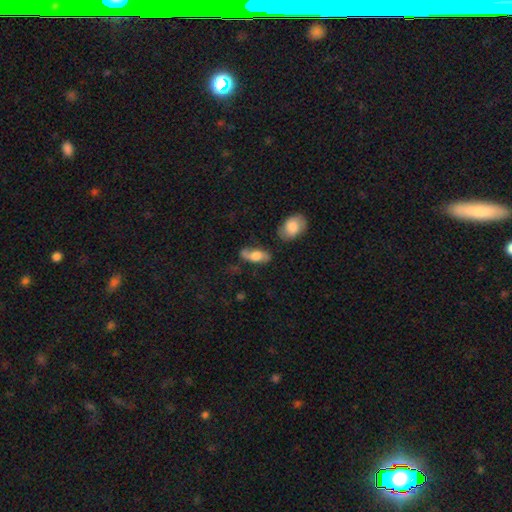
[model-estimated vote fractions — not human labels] A smooth galaxy with no disk features (60%) that is in between round and cigar-shaped (84%).

Vote fractions:
- Smooth or featured? smooth: 60% / featured or disk: 34% / star or artifact: 7%
- How rounded? in between: 84% / cigar-shaped: 11% / round: 4%
- Merging? none: 64% / minor disturbance: 23% / major disturbance: 8% / merger: 5%